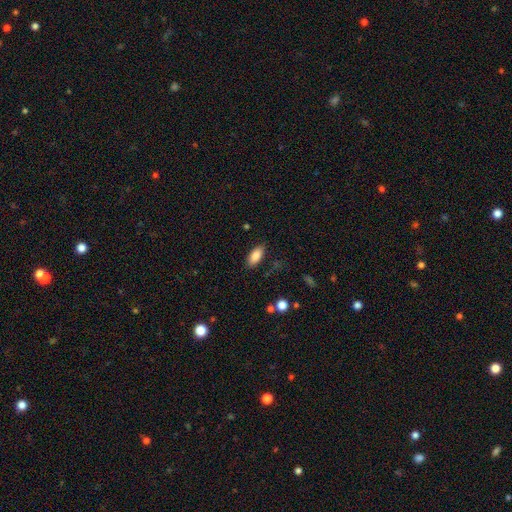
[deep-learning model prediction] Smooth or featured: smooth — 86% (star or artifact — 7%)
How rounded: in between — 87% (cigar-shaped — 10%)
Merging: none — 85% (minor disturbance — 11%)